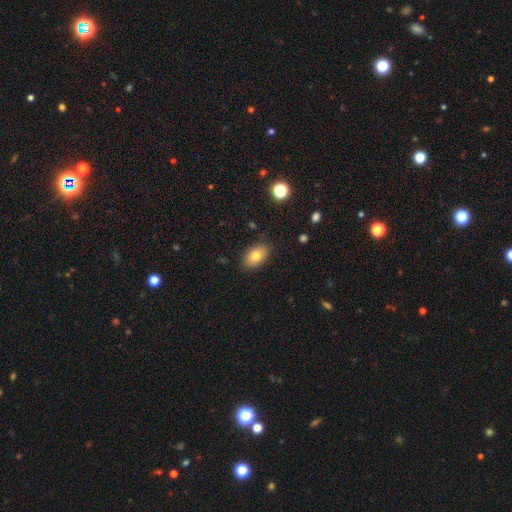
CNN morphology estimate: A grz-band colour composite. It shows a smooth galaxy with no disk features (79%) that is in between round and cigar-shaped (88%). Merging: none (86%).